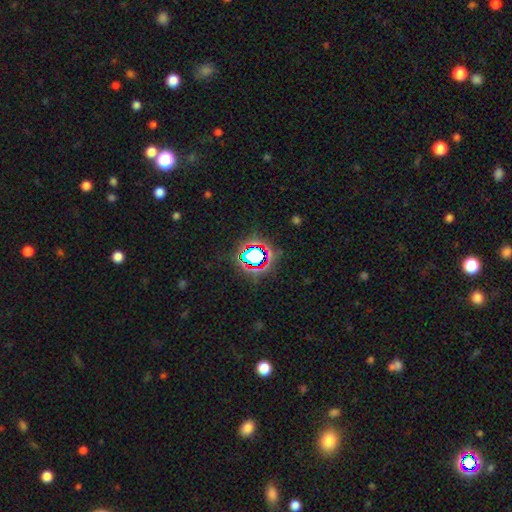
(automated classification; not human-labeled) Smooth or featured? star or artifact (67%)